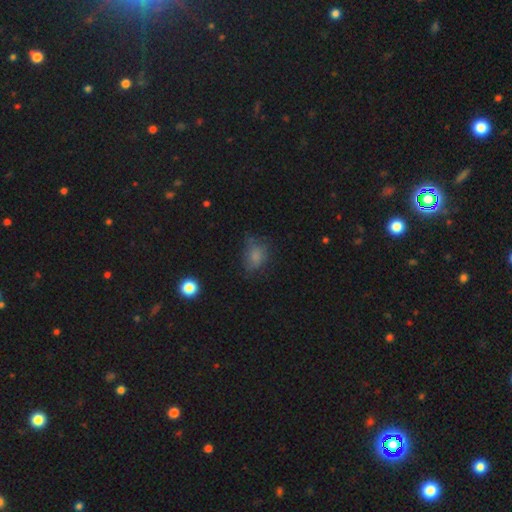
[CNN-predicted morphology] This is likely a smooth galaxy (73%). How rounded: likely in between (64%). Merging: possibly none (50%).